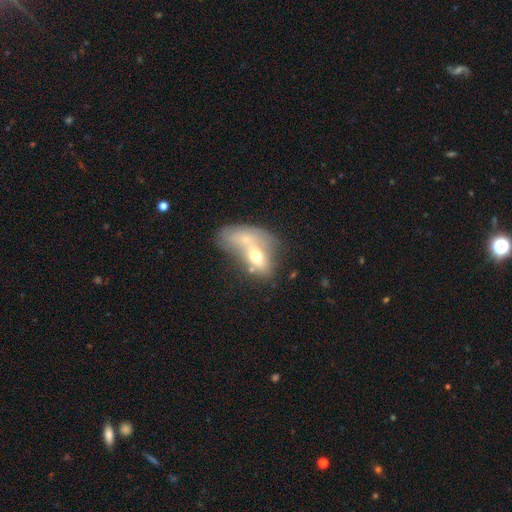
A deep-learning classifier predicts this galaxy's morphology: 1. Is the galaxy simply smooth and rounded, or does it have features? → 54% smooth, 37% featured or disk, 9% star or artifact.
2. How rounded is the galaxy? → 76% in between, 17% round, 7% cigar-shaped.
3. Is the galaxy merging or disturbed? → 62% merger, 15% none, 13% major disturbance, 10% minor disturbance.